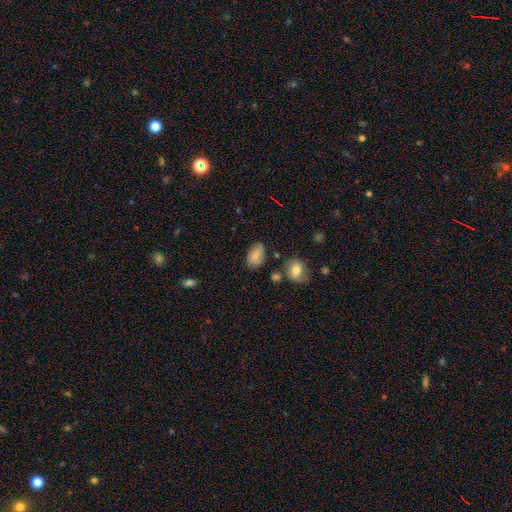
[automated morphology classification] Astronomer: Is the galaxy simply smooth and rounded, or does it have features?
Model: smooth — 78%.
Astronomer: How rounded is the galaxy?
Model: in between — 87%.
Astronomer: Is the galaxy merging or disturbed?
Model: none — 69%.